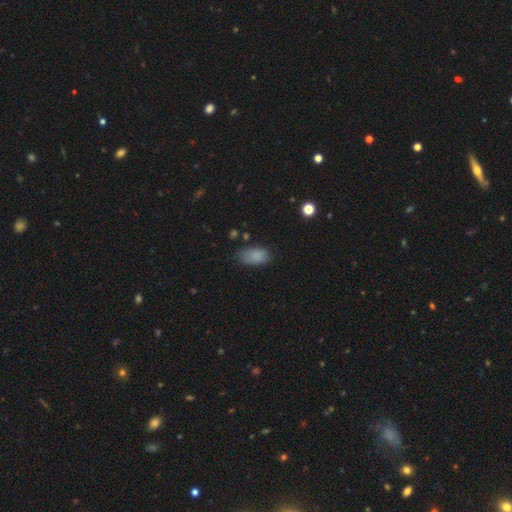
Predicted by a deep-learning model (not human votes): Smooth or featured? smooth (84%)
How rounded? in between (92%)
Merging? none (67%)